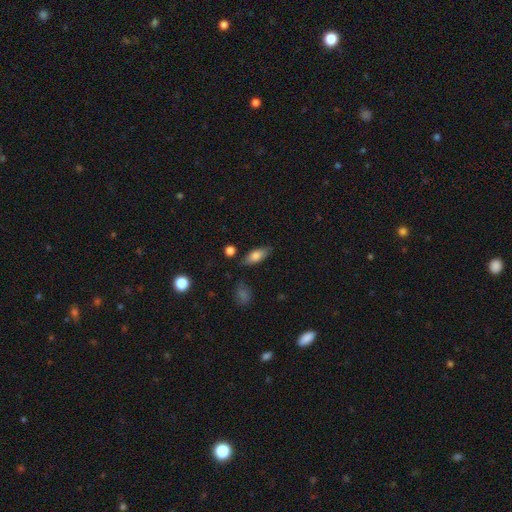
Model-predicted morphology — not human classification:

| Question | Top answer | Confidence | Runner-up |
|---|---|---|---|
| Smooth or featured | smooth | 77% | featured or disk (16%) |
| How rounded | in between | 79% | cigar-shaped (17%) |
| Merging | none | 80% | minor disturbance (13%) |